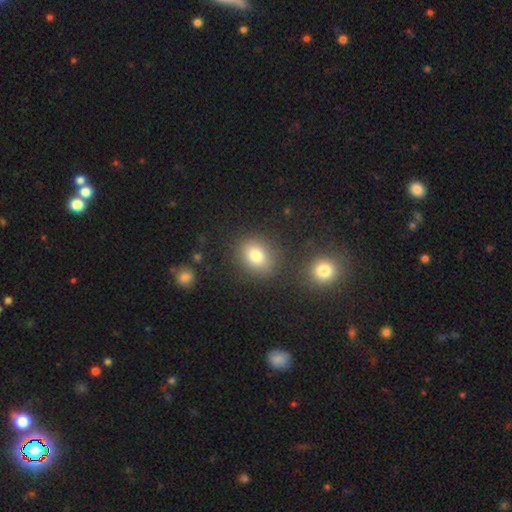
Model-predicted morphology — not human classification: Smooth or featured? smooth (80%)
How rounded? round (51%)
Merging? none (81%)